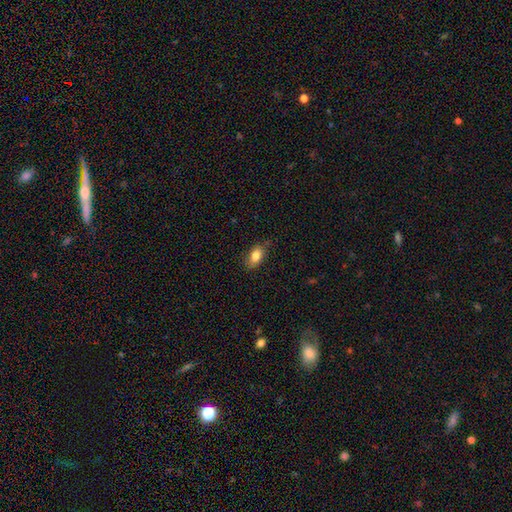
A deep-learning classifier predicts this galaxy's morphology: Smooth or featured?
  - smooth: 83% *
  - featured or disk: 9%
  - star or artifact: 8%
How rounded?
  - in between: 88% *
  - round: 7%
  - cigar-shaped: 5%
Merging?
  - none: 78% *
  - minor disturbance: 18%
  - major disturbance: 3%
  - merger: 1%